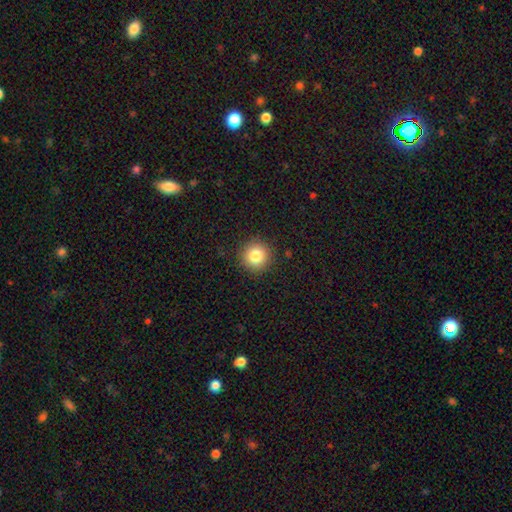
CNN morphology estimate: Overall: smooth (82%). How rounded: round (94%). Merging: none (91%).